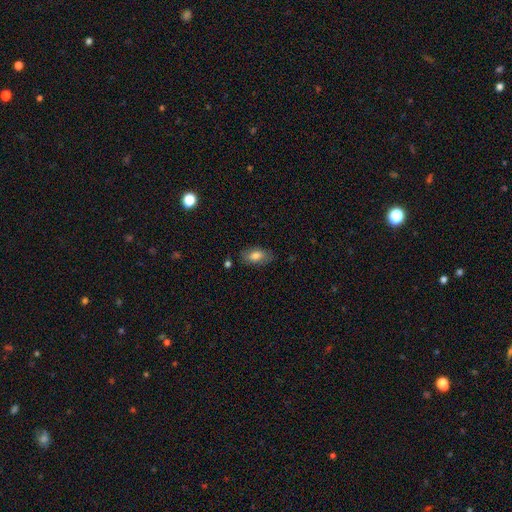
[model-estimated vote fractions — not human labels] smooth_or_featured: smooth (p=0.78) [alt: featured or disk p=0.14]
how_rounded: in between (p=0.91) [alt: round p=0.06]
merging: none (p=0.78) [alt: minor disturbance p=0.16]